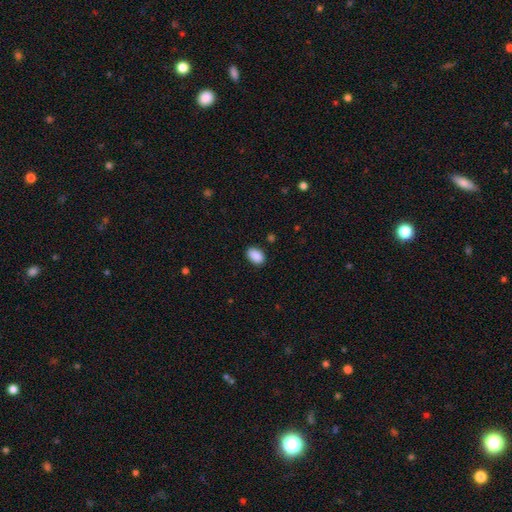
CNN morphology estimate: Smooth or featured? smooth (90%)
How rounded? in between (87%)
Merging? none (87%)